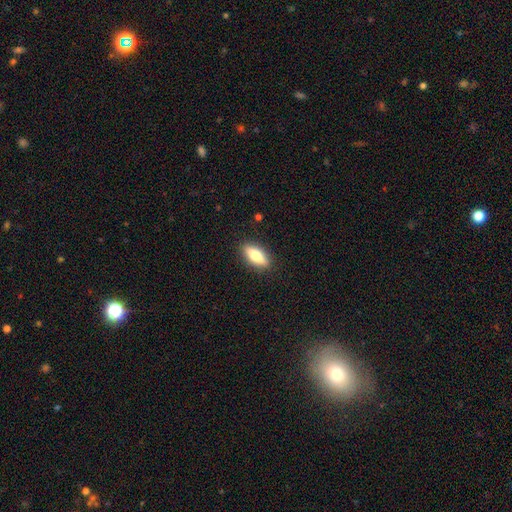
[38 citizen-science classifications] Volunteers were most divided on "smooth or featured": smooth: 71%, featured or disk: 21%, star or artifact: 8%. More confident: merging — none (97%); how rounded — in between (93%).